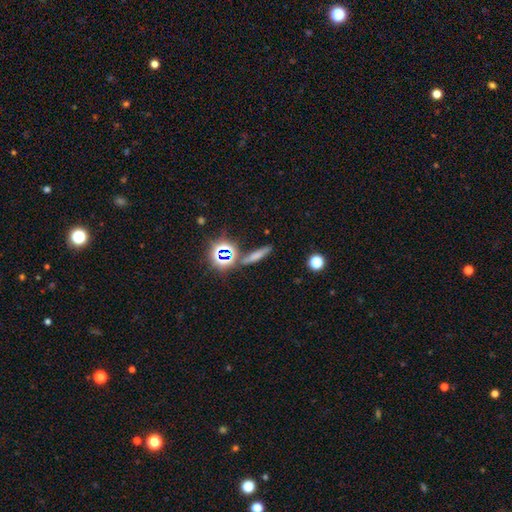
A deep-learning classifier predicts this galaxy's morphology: smooth 60%, star or artifact 23%, featured or disk 17%. Down the decision tree: how rounded — cigar-shaped (78%); merging — none (76%).